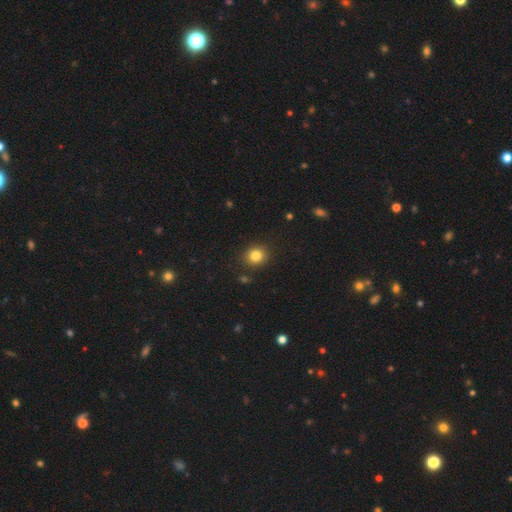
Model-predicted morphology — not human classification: Smooth or featured? smooth (83%)
How rounded? round (78%)
Merging? none (89%)